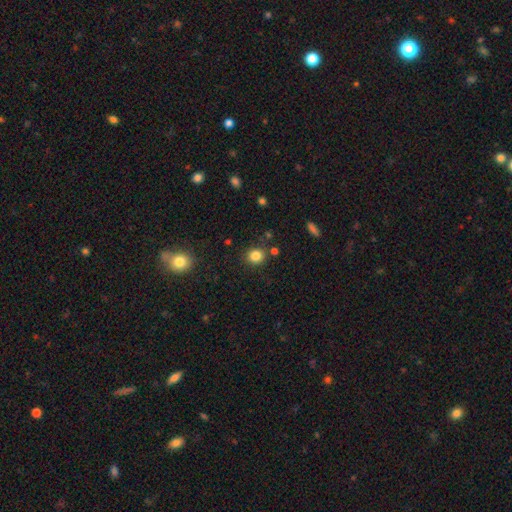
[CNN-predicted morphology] smooth-or-featured: smooth: 83% | star or artifact: 12% | featured or disk: 5%
  how-rounded: round: 83% | in between: 16% | cigar-shaped: 1%
  merging: none: 84% | minor disturbance: 9% | merger: 5% | major disturbance: 3%